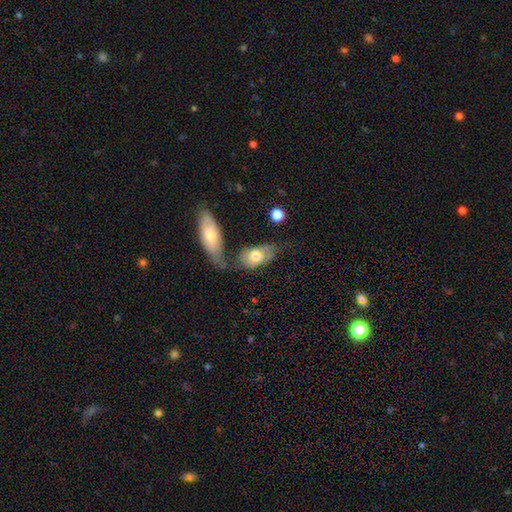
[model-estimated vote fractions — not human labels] smooth_or_featured: smooth (p=0.64) [alt: featured or disk p=0.29]
how_rounded: in between (p=0.87) [alt: round p=0.08]
merging: none (p=0.37) [alt: merger p=0.27]